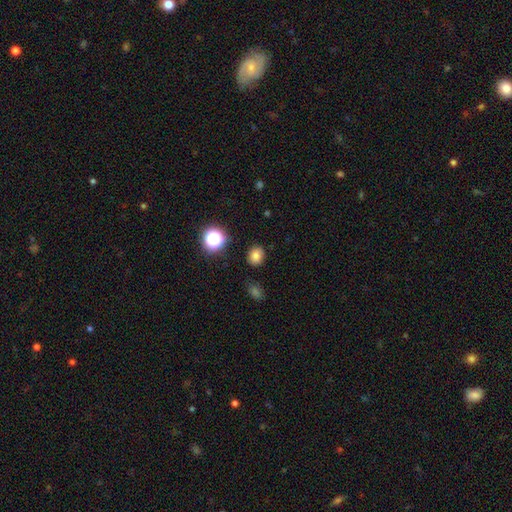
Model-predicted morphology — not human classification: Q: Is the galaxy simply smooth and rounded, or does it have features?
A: smooth — 78%.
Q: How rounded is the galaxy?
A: round — 66%.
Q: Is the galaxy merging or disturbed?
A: none — 86%.